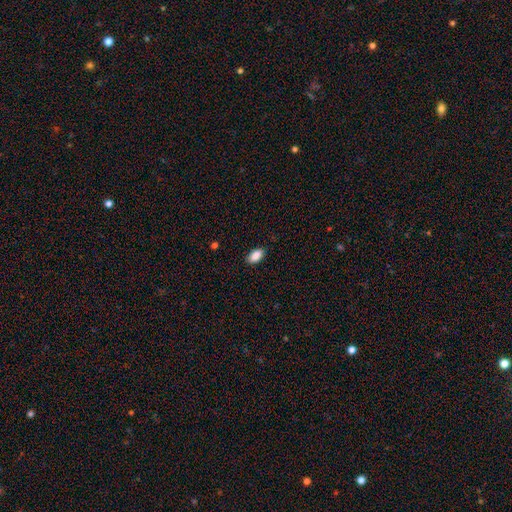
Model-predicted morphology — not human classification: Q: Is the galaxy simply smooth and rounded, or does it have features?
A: smooth — 89%.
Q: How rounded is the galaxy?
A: in between — 93%.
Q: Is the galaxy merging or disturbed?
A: none — 87%.